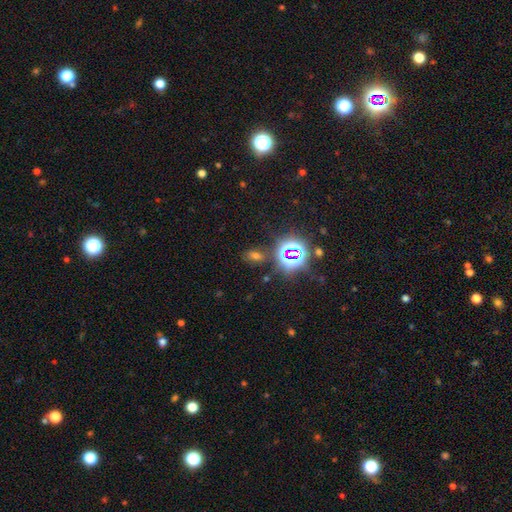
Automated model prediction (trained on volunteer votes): This is possibly a smooth galaxy (47%). Merging: likely none (74%).